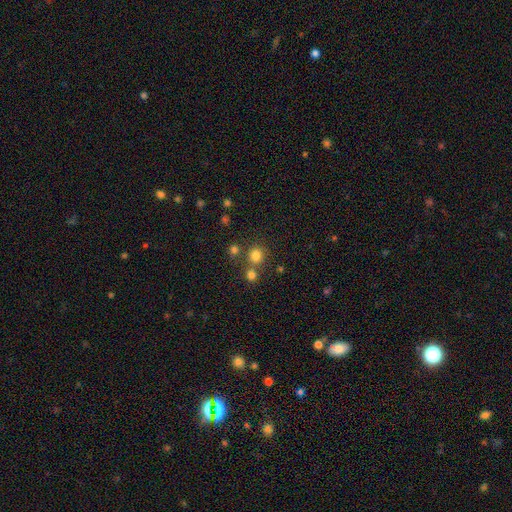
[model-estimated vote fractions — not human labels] Q: Smooth or featured?
A: smooth (79%); runner-up: star or artifact (16%)
Q: How rounded?
A: round (90%); runner-up: in between (9%)
Q: Merging?
A: none (68%); runner-up: merger (22%)